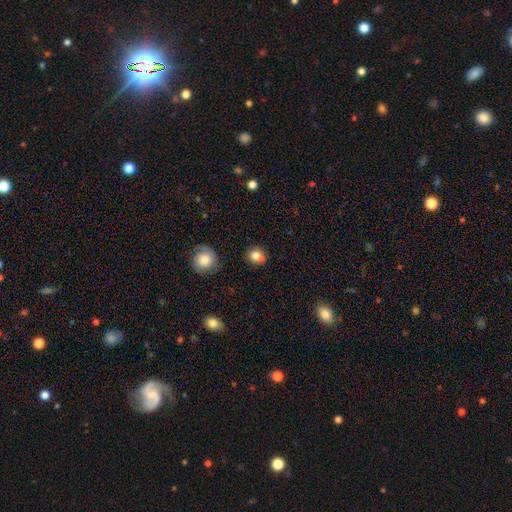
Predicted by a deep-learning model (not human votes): A smooth galaxy with no disk features (79%) that is round (75%). Merging: none (66%).